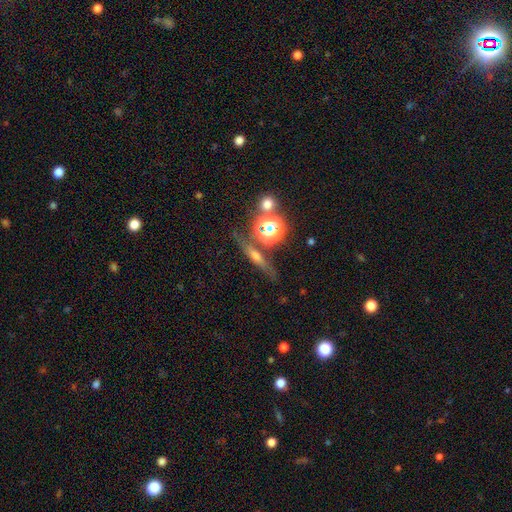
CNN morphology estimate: Smooth or featured? featured or disk (47%)
Merging? none (76%)